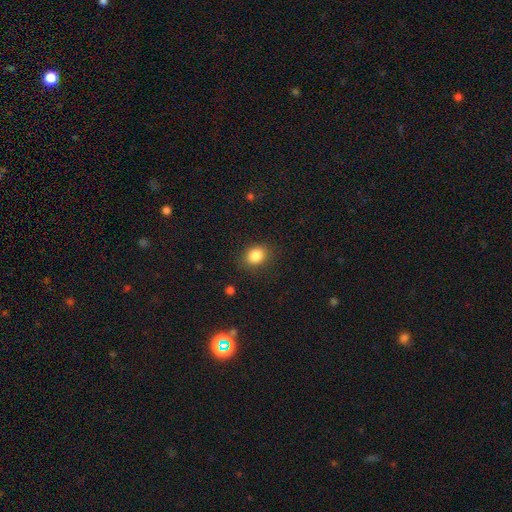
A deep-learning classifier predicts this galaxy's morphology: Q: Smooth or featured?
A: smooth (85%); runner-up: star or artifact (10%)
Q: How rounded?
A: in between (53%); runner-up: round (46%)
Q: Merging?
A: none (84%); runner-up: minor disturbance (11%)